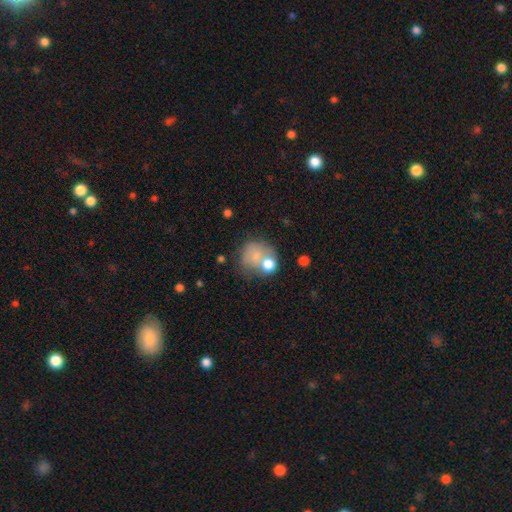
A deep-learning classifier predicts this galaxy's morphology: This appears to be a smooth galaxy with no disk features (70%) that is round (72%). Merging: none (34%, tied with merger).